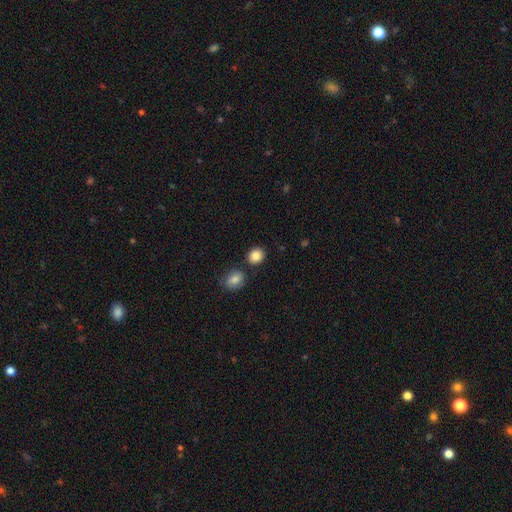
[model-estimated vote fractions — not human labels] smooth-or-featured: smooth: 86% | star or artifact: 9% | featured or disk: 5%
  how-rounded: round: 70% | in between: 29% | cigar-shaped: 1%
  merging: none: 78% | merger: 10% | minor disturbance: 9% | major disturbance: 3%